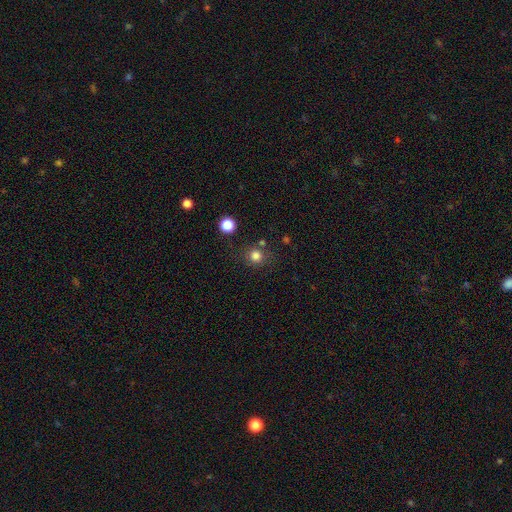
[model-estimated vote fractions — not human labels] Morphology: type=smooth (81%); roundness=round (88%); merging=none (79%).